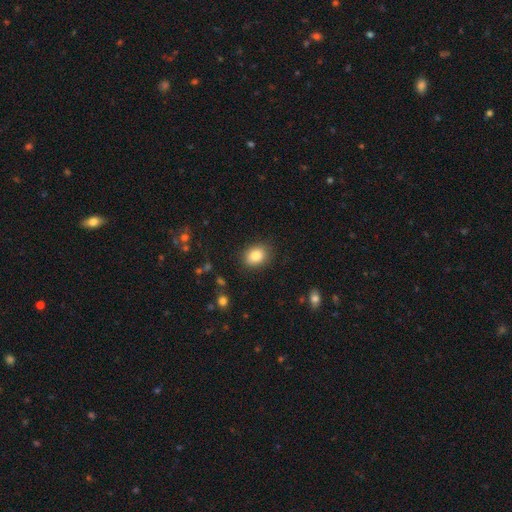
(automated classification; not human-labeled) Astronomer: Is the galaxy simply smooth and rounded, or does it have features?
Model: smooth — 84%.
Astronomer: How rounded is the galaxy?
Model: in between — 54% (runner-up: round, 45%).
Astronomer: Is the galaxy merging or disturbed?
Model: none — 86%.